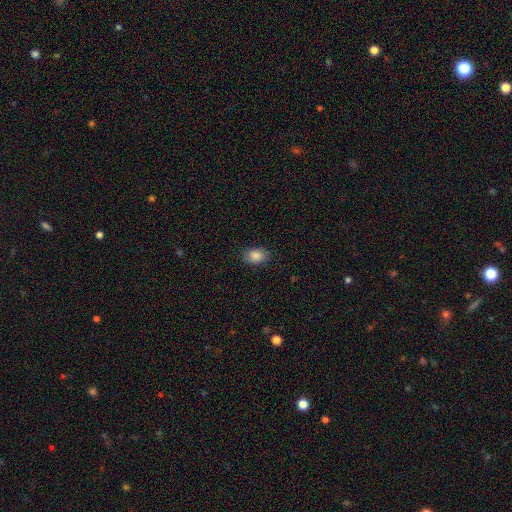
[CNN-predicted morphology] smooth-or-featured: smooth: 86% | star or artifact: 8% | featured or disk: 6%
  how-rounded: in between: 81% | round: 18% | cigar-shaped: 1%
  merging: none: 84% | minor disturbance: 12% | major disturbance: 3% | merger: 1%